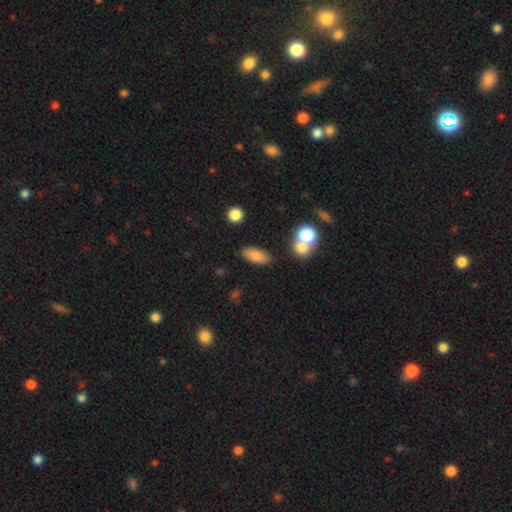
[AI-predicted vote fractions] The model was most divided on "smooth or featured": smooth: 80%, featured or disk: 11%, star or artifact: 9%. More confident: how rounded — in between (83%); merging — none (80%).